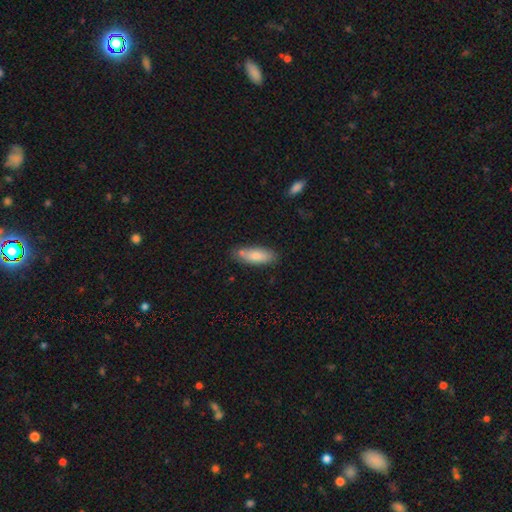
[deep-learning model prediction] A smooth galaxy with no disk features (76%) that is in between round and cigar-shaped (68%).

Vote fractions:
- Smooth or featured? smooth: 76% / featured or disk: 17% / star or artifact: 6%
- How rounded? in between: 68% / cigar-shaped: 30% / round: 2%
- Merging? none: 72% / minor disturbance: 18% / merger: 7% / major disturbance: 3%